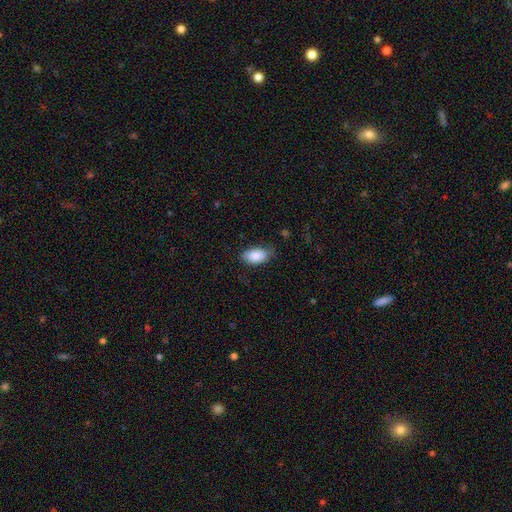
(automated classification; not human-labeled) Smooth or featured? smooth (86%)
How rounded? in between (93%)
Merging? none (74%)